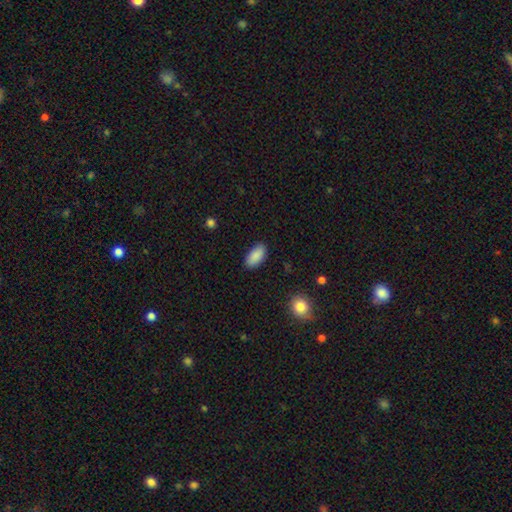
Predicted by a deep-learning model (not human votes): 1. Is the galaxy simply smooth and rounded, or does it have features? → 89% smooth, 7% star or artifact, 4% featured or disk.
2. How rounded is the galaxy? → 92% in between, 5% cigar-shaped, 2% round.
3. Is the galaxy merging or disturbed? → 87% none, 9% minor disturbance, 2% major disturbance, 1% merger.